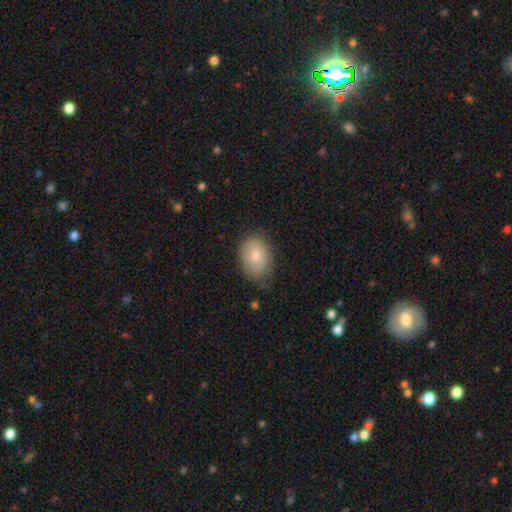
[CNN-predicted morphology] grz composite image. It shows a smooth galaxy with no disk features (79%) that is in between round and cigar-shaped (76%). Merging: none (66%).